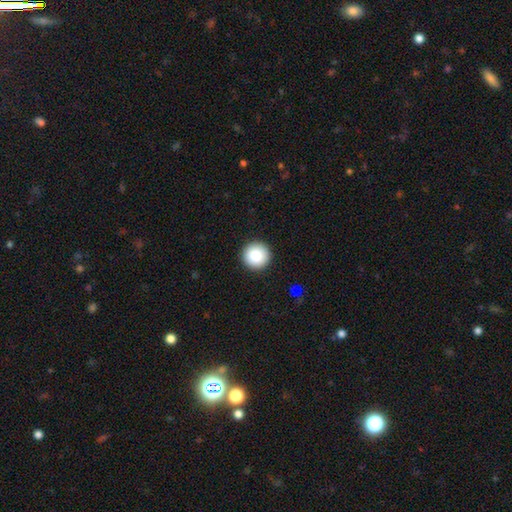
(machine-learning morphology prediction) Overall: smooth (88%). How rounded: round (97%). Merging: none (93%).